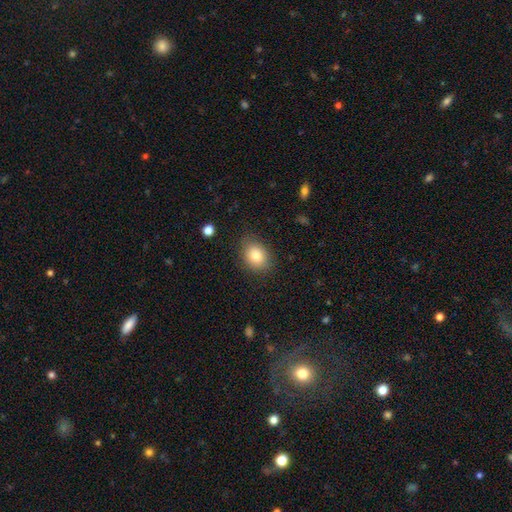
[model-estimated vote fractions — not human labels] Overall: smooth (81%). How rounded: in between (58%; round 41%). Merging: none (80%).